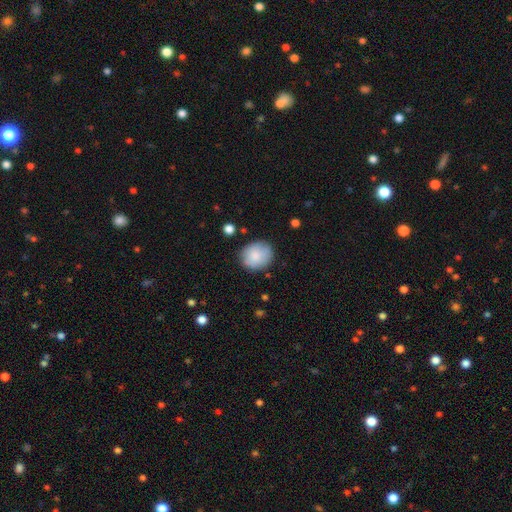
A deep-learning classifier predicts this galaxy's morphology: This is clearly a smooth galaxy (83%). How rounded: likely round (69%). Merging: likely none (80%).